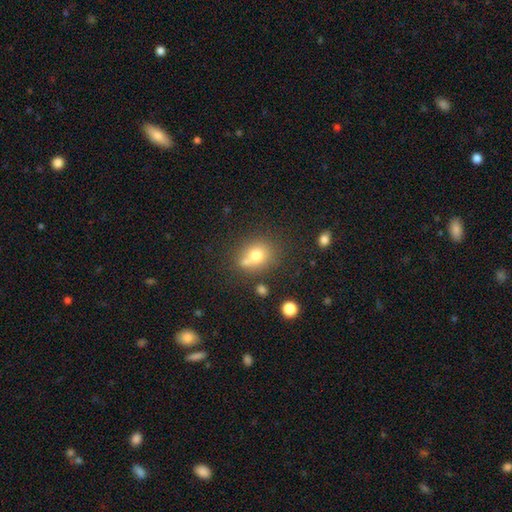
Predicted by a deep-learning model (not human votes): Smooth or featured? smooth (72%)
How rounded? round (70%)
Merging? none (53%)